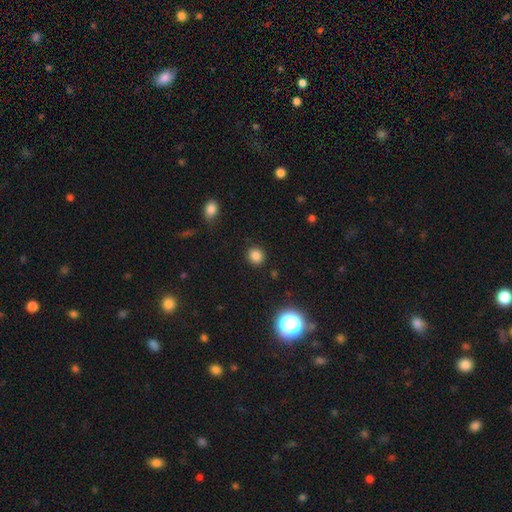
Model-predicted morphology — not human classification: This is clearly a smooth galaxy (83%). How rounded: clearly round (90%). Merging: clearly none (90%).